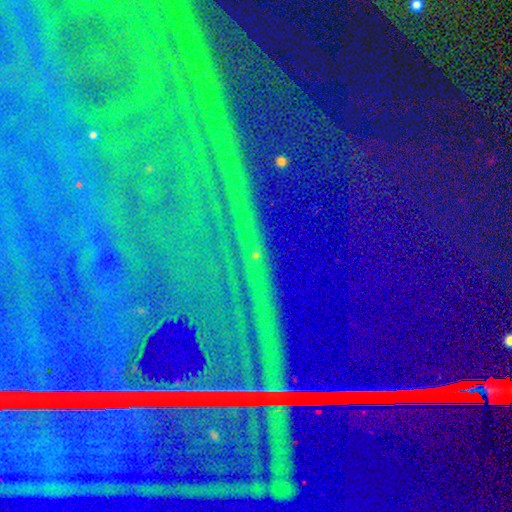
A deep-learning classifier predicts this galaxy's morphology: smooth_or_featured: star or artifact (p=0.89) [alt: featured or disk p=0.06]